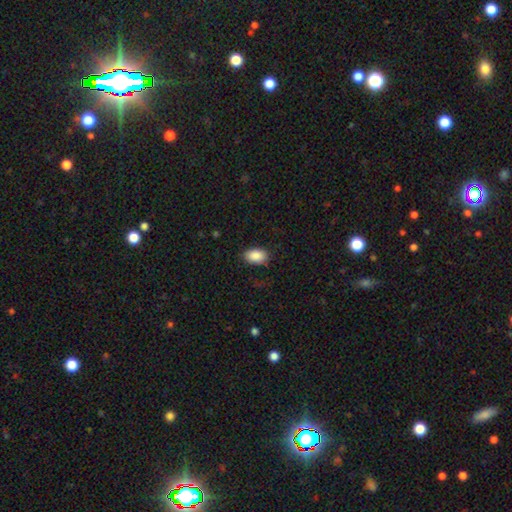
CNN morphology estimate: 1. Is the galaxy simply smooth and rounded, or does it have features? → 89% smooth, 7% star or artifact, 4% featured or disk.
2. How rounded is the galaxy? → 91% in between, 7% round, 1% cigar-shaped.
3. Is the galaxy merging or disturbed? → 84% none, 12% minor disturbance, 3% major disturbance, 1% merger.